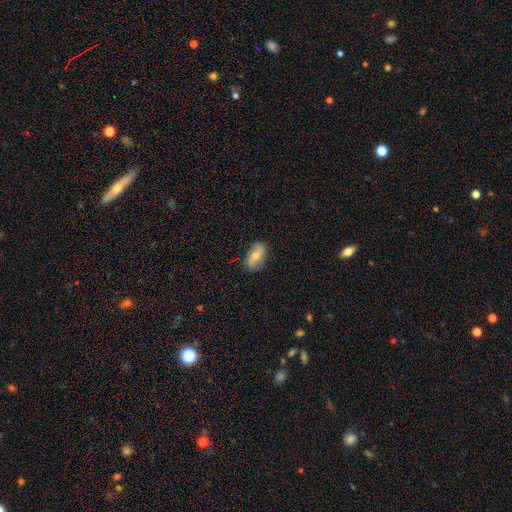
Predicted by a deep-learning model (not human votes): Morphology: type=smooth (61%); roundness=in between (89%); merging=none (80%).